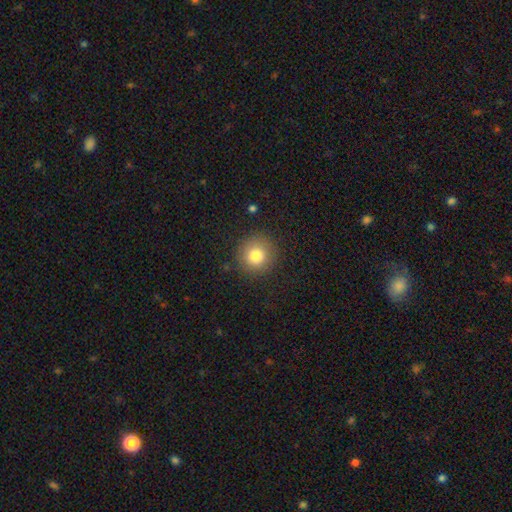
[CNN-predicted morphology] Smooth or featured: smooth — 80% (star or artifact — 11%)
How rounded: round — 92% (in between — 7%)
Merging: none — 87% (minor disturbance — 9%)